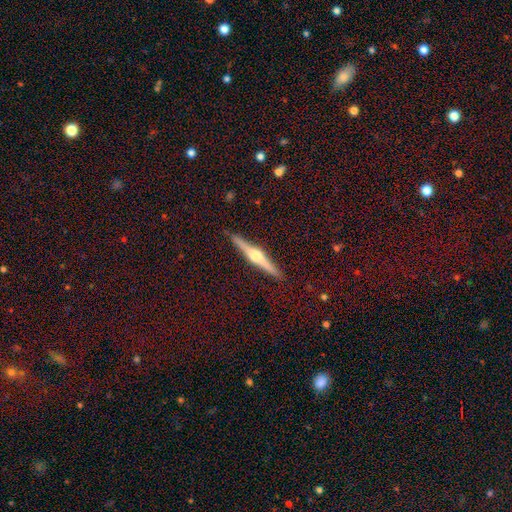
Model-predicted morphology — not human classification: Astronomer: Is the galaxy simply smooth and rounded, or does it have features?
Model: featured or disk — 80%.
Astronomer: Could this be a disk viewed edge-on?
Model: yes — 98%.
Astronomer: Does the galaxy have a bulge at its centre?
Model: rounded — 92%.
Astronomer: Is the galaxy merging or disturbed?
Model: none — 91%.